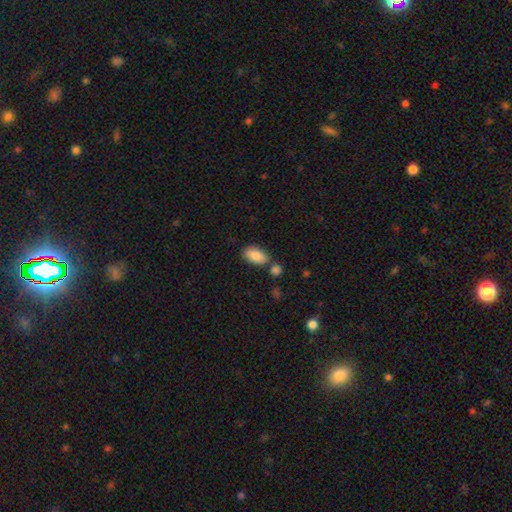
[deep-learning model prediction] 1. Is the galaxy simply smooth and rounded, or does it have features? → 87% smooth, 7% featured or disk, 6% star or artifact.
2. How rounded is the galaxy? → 93% in between, 4% round, 3% cigar-shaped.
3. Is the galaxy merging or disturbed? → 68% none, 14% merger, 14% minor disturbance, 3% major disturbance.